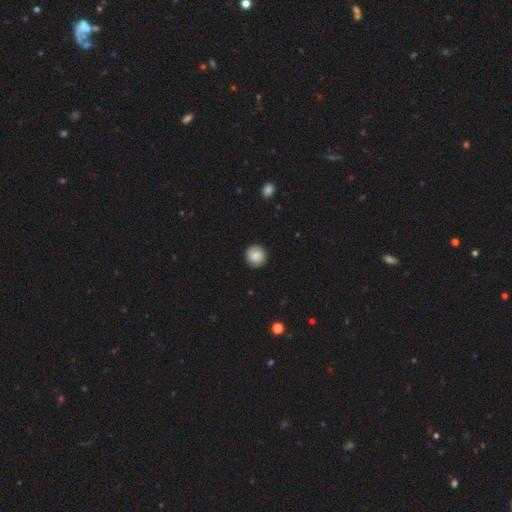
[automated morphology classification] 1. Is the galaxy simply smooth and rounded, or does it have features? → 81% smooth, 11% featured or disk, 8% star or artifact.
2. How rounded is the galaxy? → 93% round, 6% in between, 1% cigar-shaped.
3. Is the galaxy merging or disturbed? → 89% none, 8% minor disturbance, 2% major disturbance, 1% merger.